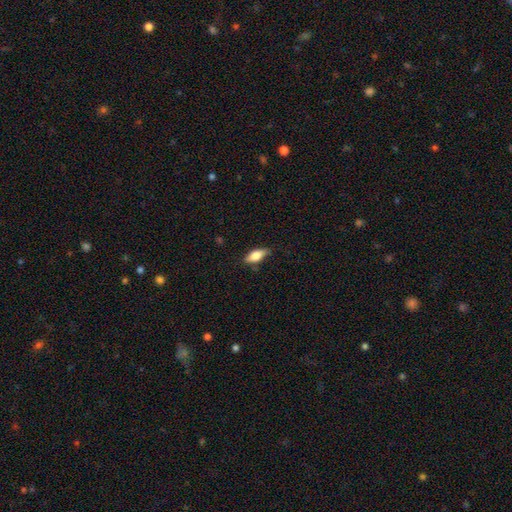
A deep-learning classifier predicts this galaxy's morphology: Smooth or featured?
  - smooth: 72% *
  - featured or disk: 22%
  - star or artifact: 7%
How rounded?
  - in between: 78% *
  - cigar-shaped: 19%
  - round: 3%
Merging?
  - none: 77% *
  - minor disturbance: 18%
  - major disturbance: 3%
  - merger: 2%